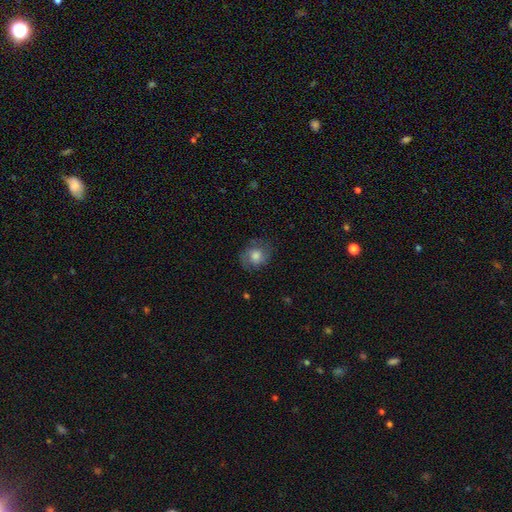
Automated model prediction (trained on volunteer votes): Smooth or featured: smooth — 63% (featured or disk — 27%)
How rounded: round — 69% (in between — 30%)
Merging: none — 72% (minor disturbance — 19%)